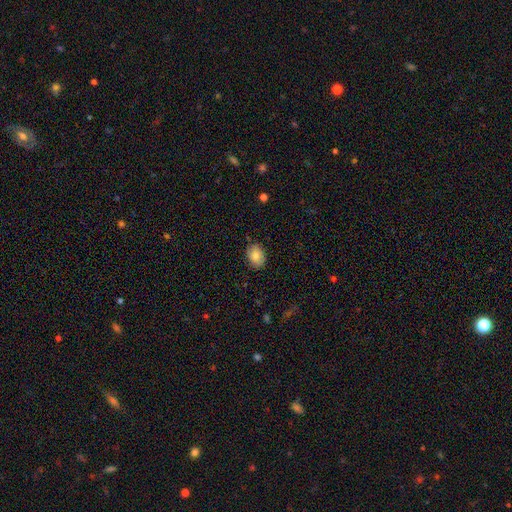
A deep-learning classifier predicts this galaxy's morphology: Smooth or featured? Predicted: smooth (p=0.80). How rounded? Predicted: in between (p=0.74). Merging? Predicted: none (p=0.84).